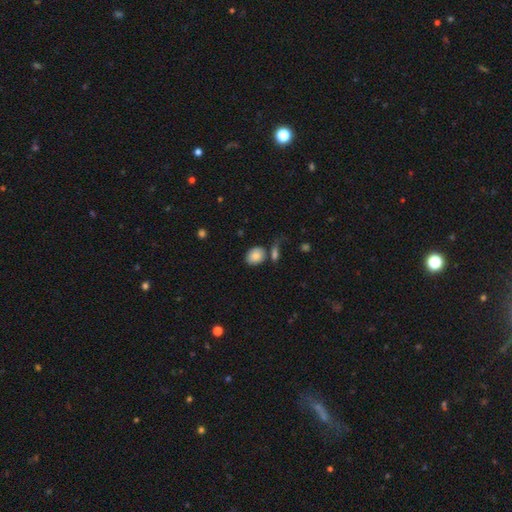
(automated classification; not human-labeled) Smooth or featured: smooth — 85% (star or artifact — 8%)
How rounded: in between — 58% (round — 40%)
Merging: none — 64% (merger — 16%)